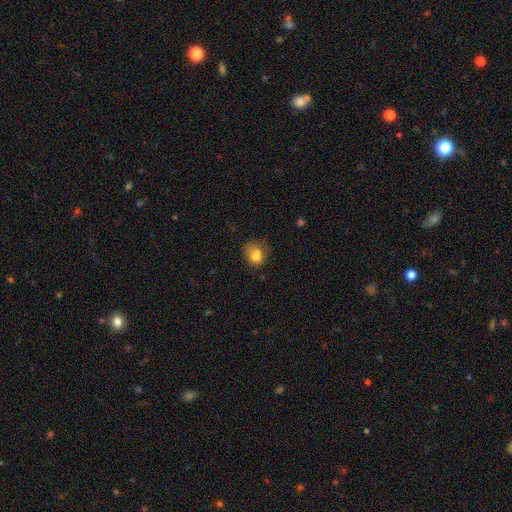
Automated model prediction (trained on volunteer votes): Smooth or featured?
  - smooth: 74% *
  - featured or disk: 16%
  - star or artifact: 11%
How rounded?
  - round: 53% *
  - in between: 46%
  - cigar-shaped: 1%
Merging?
  - none: 43% *
  - minor disturbance: 29%
  - major disturbance: 20%
  - merger: 8%